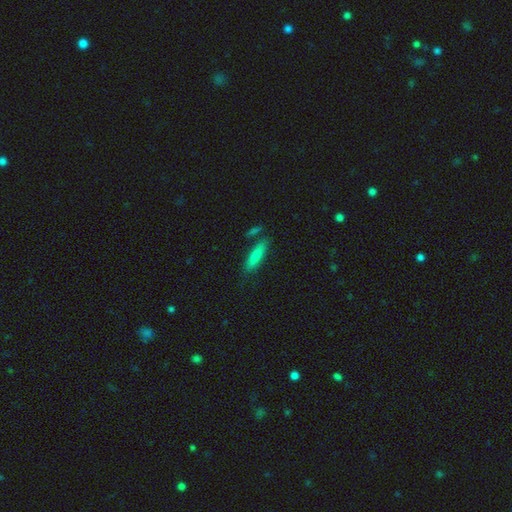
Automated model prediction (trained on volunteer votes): Q: Smooth or featured?
A: smooth (79%); runner-up: featured or disk (14%)
Q: How rounded?
A: cigar-shaped (73%); runner-up: in between (25%)
Q: Merging?
A: none (79%); runner-up: minor disturbance (12%)